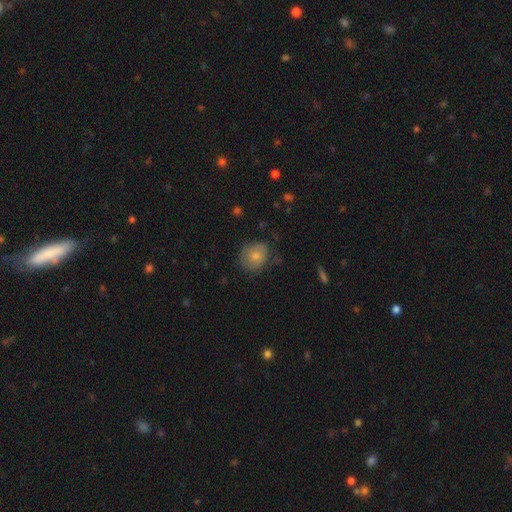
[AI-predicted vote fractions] Q: Smooth or featured?
A: smooth (76%); runner-up: featured or disk (16%)
Q: How rounded?
A: round (68%); runner-up: in between (31%)
Q: Merging?
A: none (64%); runner-up: minor disturbance (26%)